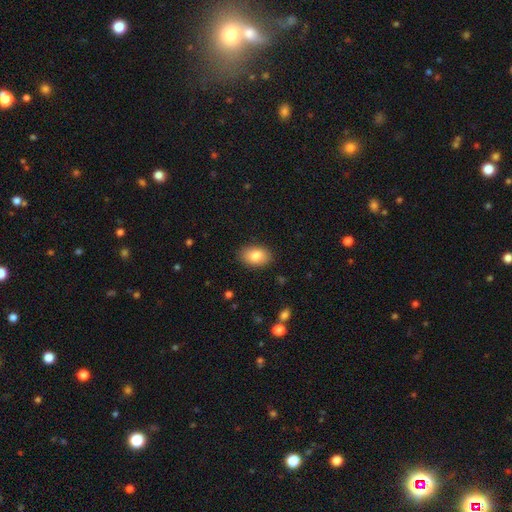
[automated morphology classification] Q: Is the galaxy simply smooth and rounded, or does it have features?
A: smooth — 83%.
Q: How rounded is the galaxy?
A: in between — 85%.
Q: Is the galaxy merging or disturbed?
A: none — 88%.